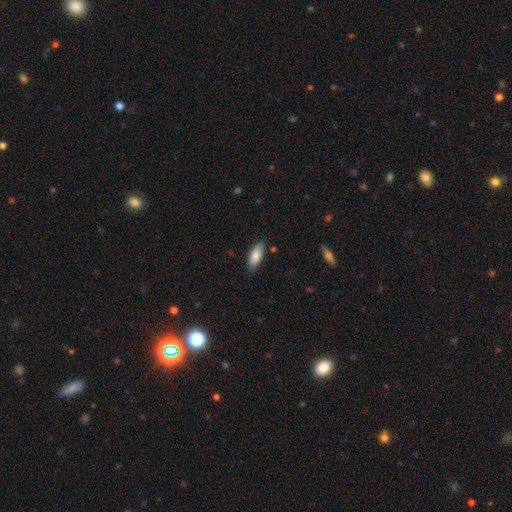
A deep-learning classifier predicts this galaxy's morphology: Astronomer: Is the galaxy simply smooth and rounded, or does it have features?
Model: smooth — 85%.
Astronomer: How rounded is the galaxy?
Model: in between — 79%.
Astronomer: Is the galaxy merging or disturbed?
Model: none — 78%.